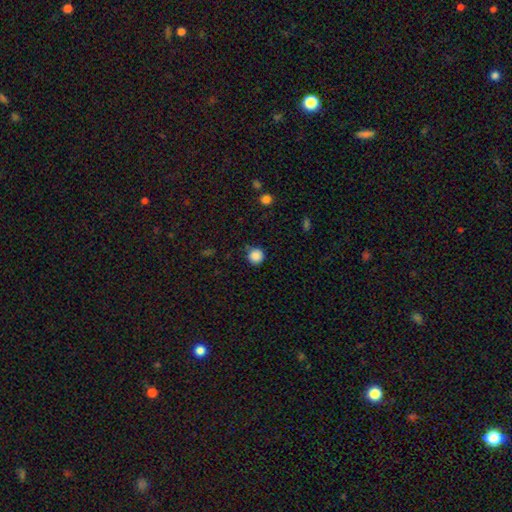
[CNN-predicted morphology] Q: Smooth or featured?
A: smooth (87%); runner-up: star or artifact (10%)
Q: How rounded?
A: round (94%); runner-up: in between (5%)
Q: Merging?
A: none (83%); runner-up: minor disturbance (11%)